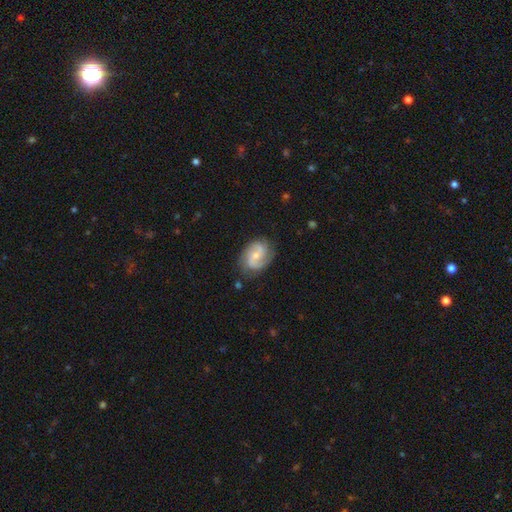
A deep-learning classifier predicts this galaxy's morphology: Q: Smooth or featured?
A: featured or disk (79%); runner-up: smooth (15%)
Q: Edge-on disk?
A: no (98%); runner-up: yes (2%)
Q: Bar?
A: no (54%); runner-up: weak (38%)
Q: Spiral arms?
A: yes (96%); runner-up: no (4%)
Q: Spiral winding?
A: medium (49%); runner-up: loose (26%)
Q: Spiral arm count?
A: 2 (78%); runner-up: 3 (9%)
Q: Bulge size?
A: small (59%); runner-up: moderate (35%)
Q: Merging?
A: none (76%); runner-up: minor disturbance (17%)